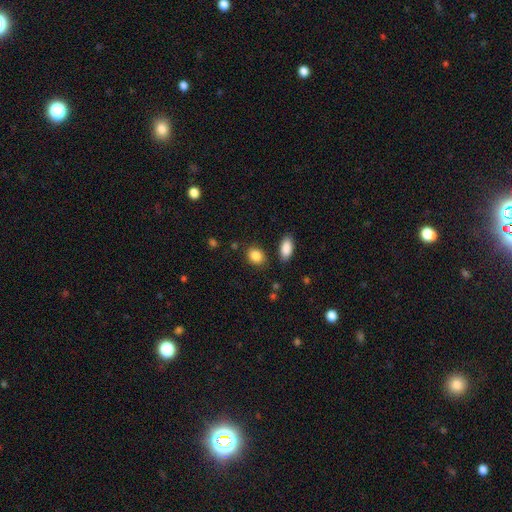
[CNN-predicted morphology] This is clearly a smooth galaxy (87%). How rounded: likely in between (65%). Merging: clearly none (81%).